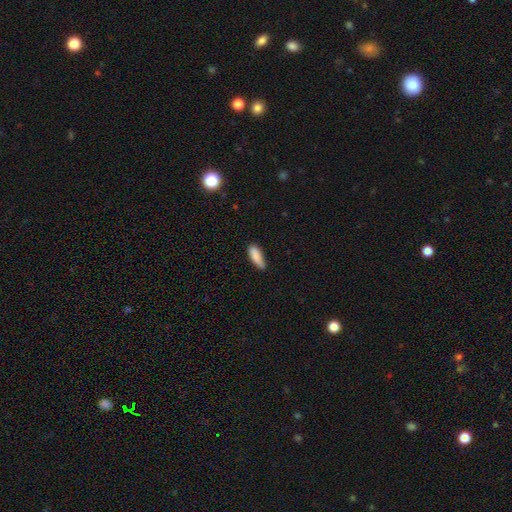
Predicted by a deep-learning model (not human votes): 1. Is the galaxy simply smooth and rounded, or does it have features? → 86% smooth, 7% star or artifact, 7% featured or disk.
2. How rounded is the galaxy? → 59% in between, 39% cigar-shaped, 2% round.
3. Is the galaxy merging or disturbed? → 63% none, 30% minor disturbance, 5% major disturbance, 2% merger.